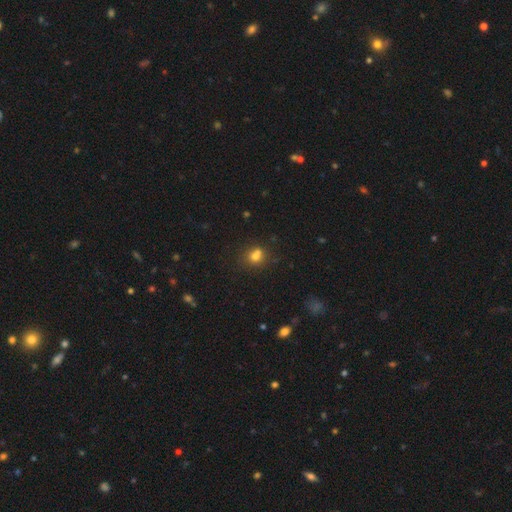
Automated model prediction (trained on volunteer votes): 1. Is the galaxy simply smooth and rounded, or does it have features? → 72% smooth, 16% star or artifact, 12% featured or disk.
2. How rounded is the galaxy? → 63% round, 36% in between, 1% cigar-shaped.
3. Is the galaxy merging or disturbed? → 48% none, 32% merger, 14% minor disturbance, 6% major disturbance.